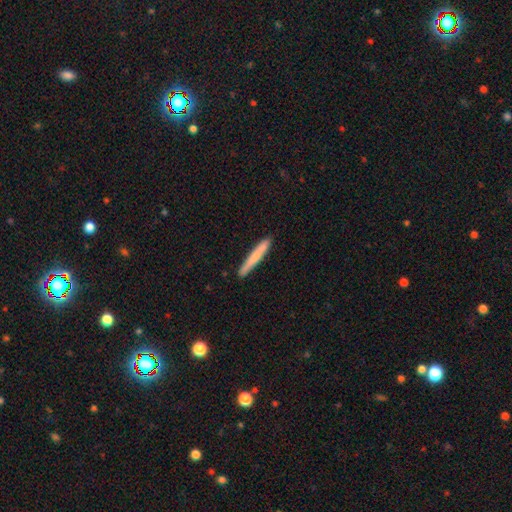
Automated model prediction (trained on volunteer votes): A smooth galaxy with no disk features (74%) that is cigar-shaped (96%).

Vote fractions:
- Smooth or featured? smooth: 74% / featured or disk: 20% / star or artifact: 6%
- How rounded? cigar-shaped: 96% / in between: 3% / round: 1%
- Merging? none: 89% / minor disturbance: 8% / major disturbance: 1% / merger: 1%